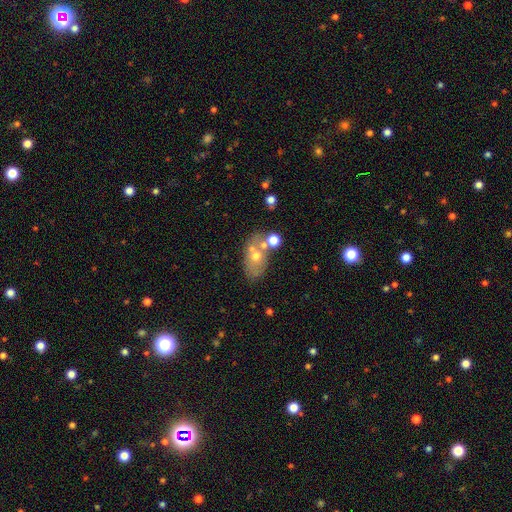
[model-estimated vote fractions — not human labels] This appears to be a smooth galaxy with no disk features (55%) that is in between round and cigar-shaped (81%). Merging: none (51%).